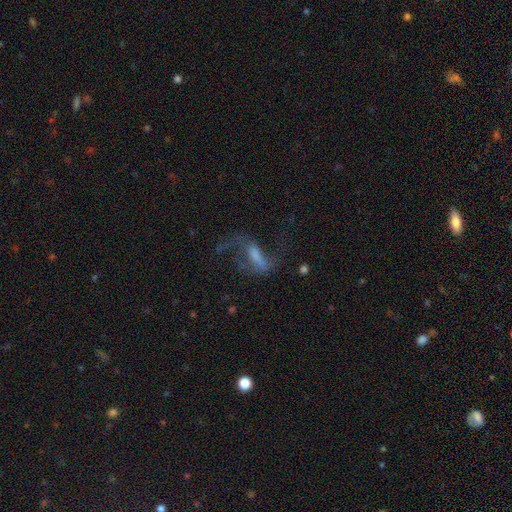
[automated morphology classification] Smooth or featured? Predicted: featured or disk (p=0.74). Edge-on disk? Predicted: no (p=0.92). Bar? Predicted: weak (p=0.41). Spiral arms? Predicted: yes (p=0.88). Spiral winding? Predicted: loose (p=0.73). Spiral arm count? Predicted: 2 (p=0.85). Bulge size? Predicted: moderate (p=0.31). Merging? Predicted: none (p=0.53).